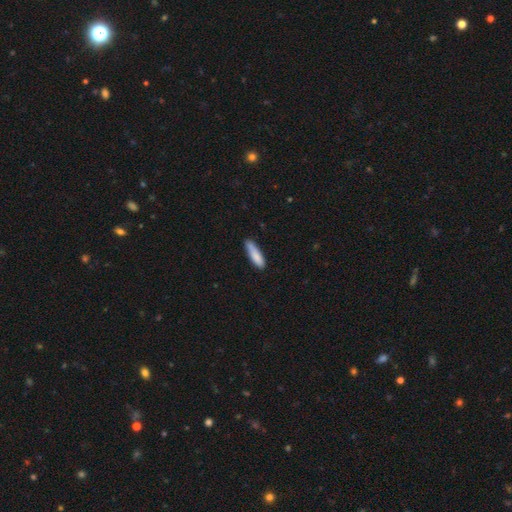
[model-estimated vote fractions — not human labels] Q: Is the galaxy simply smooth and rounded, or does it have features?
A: smooth — 84%.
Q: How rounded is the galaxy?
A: cigar-shaped — 70%.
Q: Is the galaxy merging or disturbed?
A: none — 71%.